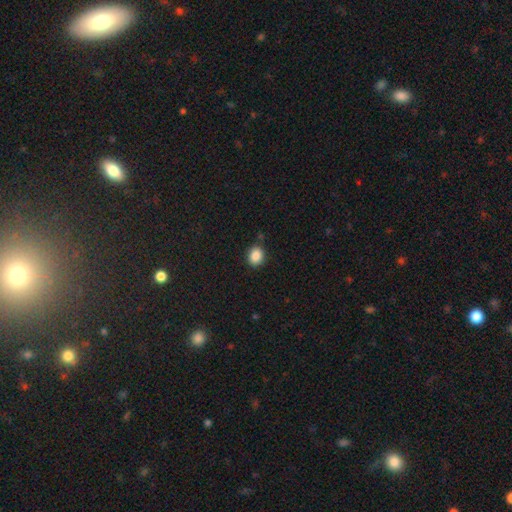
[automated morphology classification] smooth_or_featured: smooth (p=0.87) [alt: star or artifact p=0.09]
how_rounded: round (p=0.54) [alt: in between p=0.45]
merging: none (p=0.84) [alt: minor disturbance p=0.11]